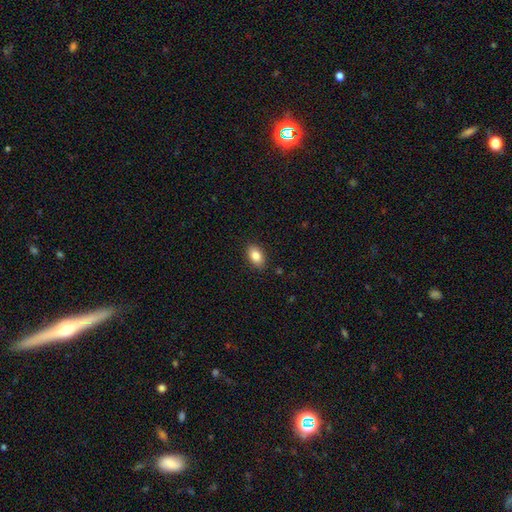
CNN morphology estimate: smooth-or-featured: smooth: 85% | star or artifact: 8% | featured or disk: 7%
  how-rounded: in between: 89% | round: 9% | cigar-shaped: 2%
  merging: none: 89% | minor disturbance: 8% | major disturbance: 2% | merger: 1%